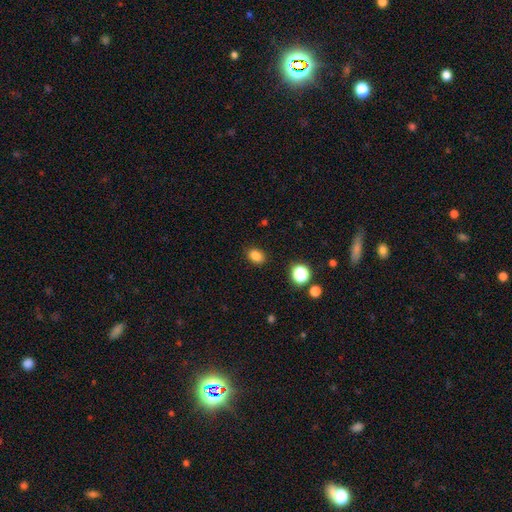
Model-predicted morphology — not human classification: This is clearly a smooth galaxy (83%). How rounded: likely in between (63%). Merging: clearly none (88%).